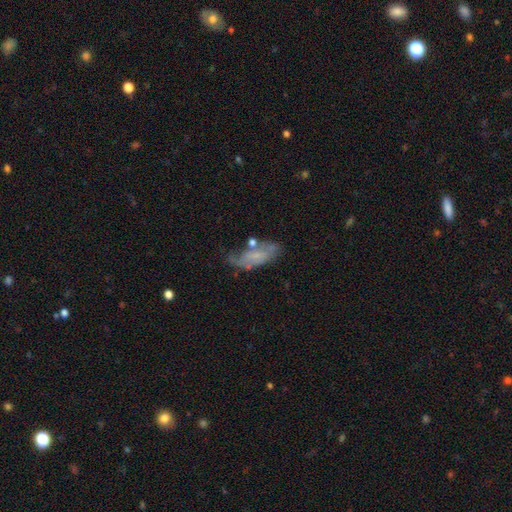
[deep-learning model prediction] smooth_or_featured: featured or disk (p=0.46) [alt: smooth p=0.45]
merging: none (p=0.42) [alt: minor disturbance p=0.30]